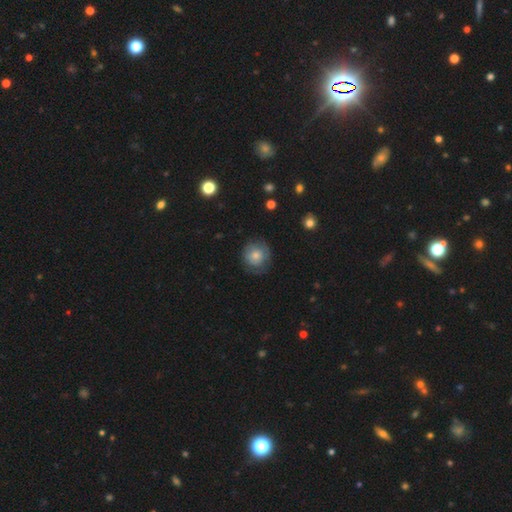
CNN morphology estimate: smooth 68%, featured or disk 24%, star or artifact 8%. Down the decision tree: how rounded — round (88%); merging — none (68%).